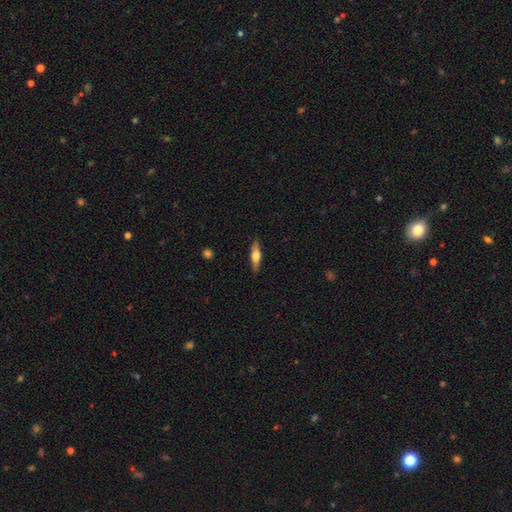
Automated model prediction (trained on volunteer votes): featured or disk 49%, smooth 45%, star or artifact 6%. Down the decision tree: merging — none (88%).